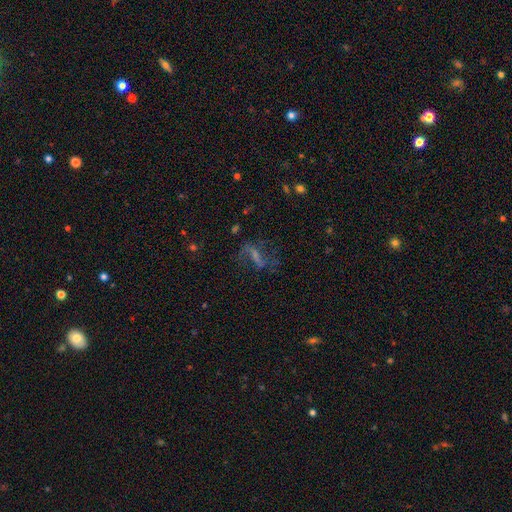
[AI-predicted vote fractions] Morphology: type=featured or disk (57%); edge-on=no (87%); merging=none (59%).